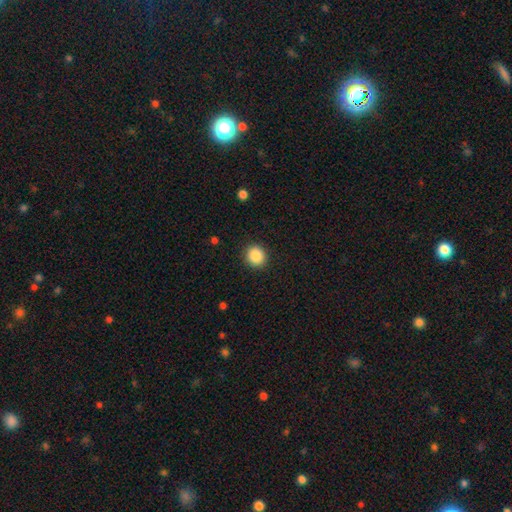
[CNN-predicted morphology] Smooth or featured?
  - smooth: 88% *
  - star or artifact: 9%
  - featured or disk: 3%
How rounded?
  - round: 86% *
  - in between: 13%
  - cigar-shaped: 1%
Merging?
  - none: 91% *
  - minor disturbance: 6%
  - major disturbance: 2%
  - merger: 1%